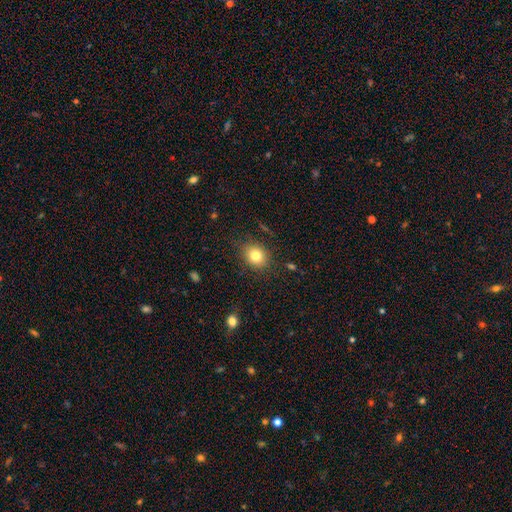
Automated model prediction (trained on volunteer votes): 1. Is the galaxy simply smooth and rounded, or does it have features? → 81% smooth, 11% star or artifact, 9% featured or disk.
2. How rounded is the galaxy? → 55% round, 44% in between, 1% cigar-shaped.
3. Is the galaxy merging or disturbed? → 85% none, 11% minor disturbance, 3% major disturbance, 1% merger.